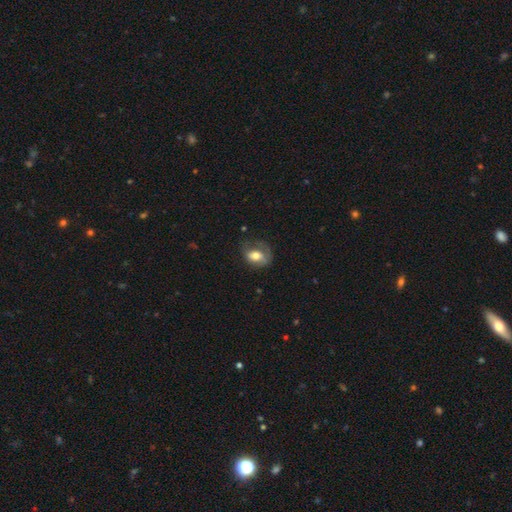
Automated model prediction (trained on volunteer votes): Smooth or featured? smooth (58%)
How rounded? in between (73%)
Merging? none (43%)